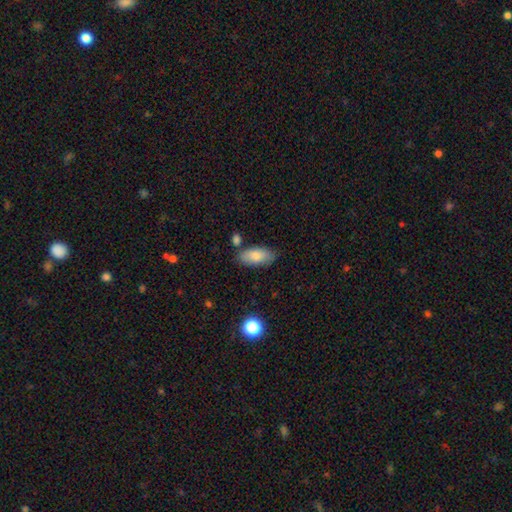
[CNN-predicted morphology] Q: Smooth or featured?
A: smooth (83%); runner-up: featured or disk (11%)
Q: How rounded?
A: in between (89%); runner-up: cigar-shaped (9%)
Q: Merging?
A: none (75%); runner-up: minor disturbance (16%)